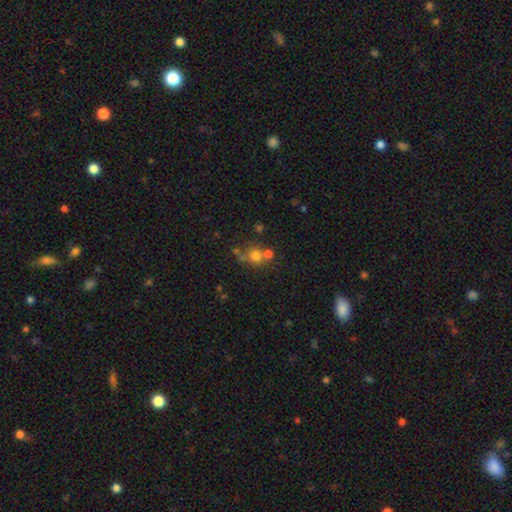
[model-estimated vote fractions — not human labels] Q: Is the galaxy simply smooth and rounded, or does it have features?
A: smooth — 68%.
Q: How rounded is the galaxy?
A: round — 86%.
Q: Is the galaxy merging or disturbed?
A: none — 54%.